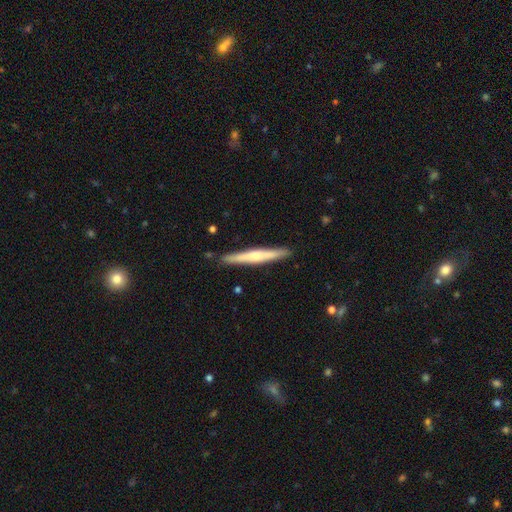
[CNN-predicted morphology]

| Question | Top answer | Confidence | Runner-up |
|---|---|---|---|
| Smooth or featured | featured or disk | 56% | smooth (38%) |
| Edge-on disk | yes | 97% | no (3%) |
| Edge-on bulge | rounded | 70% | none (23%) |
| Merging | none | 90% | minor disturbance (7%) |